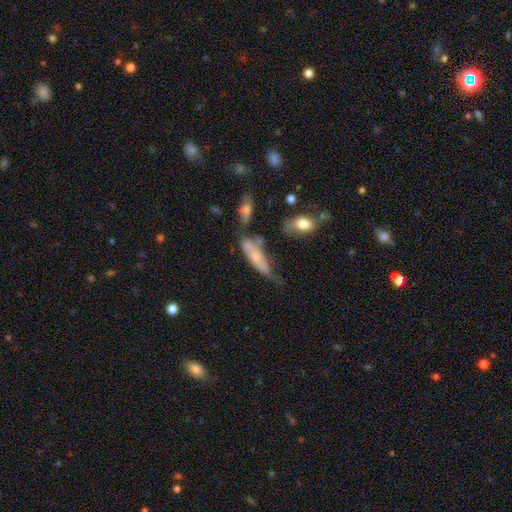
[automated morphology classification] smooth 58%, featured or disk 33%, star or artifact 8%. Down the decision tree: how rounded — in between (51%); merging — minor disturbance (30%).